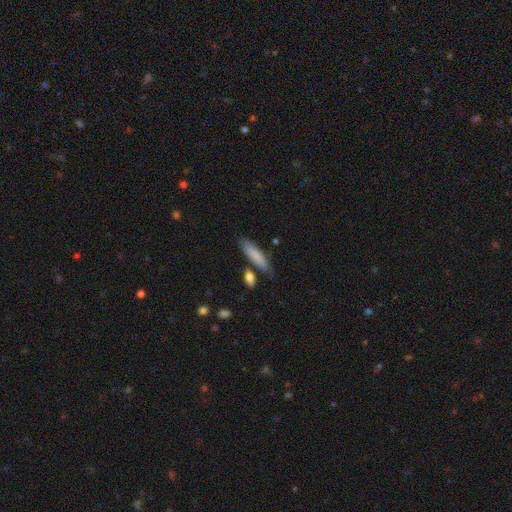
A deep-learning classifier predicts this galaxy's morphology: The model was most divided on "how rounded": cigar-shaped: 69%, in between: 29%, round: 2%. More confident: smooth or featured — smooth (79%); merging — none (73%).